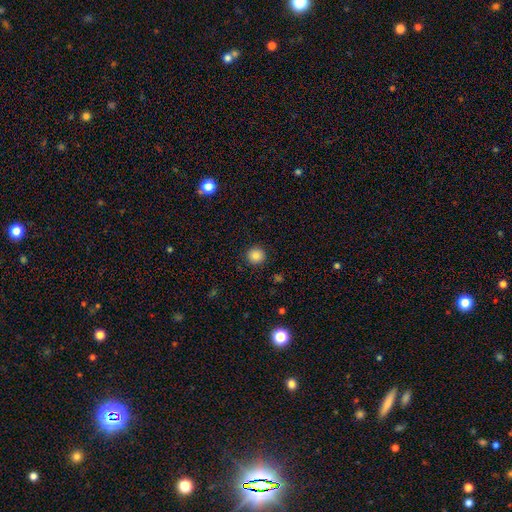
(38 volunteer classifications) Smooth or featured?
  - smooth: 87% *
  - star or artifact: 8%
  - featured or disk: 5%
How rounded?
  - round: 91% *
  - in between: 6%
  - cigar-shaped: 3%
Merging?
  - none: 91% *
  - minor disturbance: 9%
  - major disturbance: 0%
  - merger: 0%